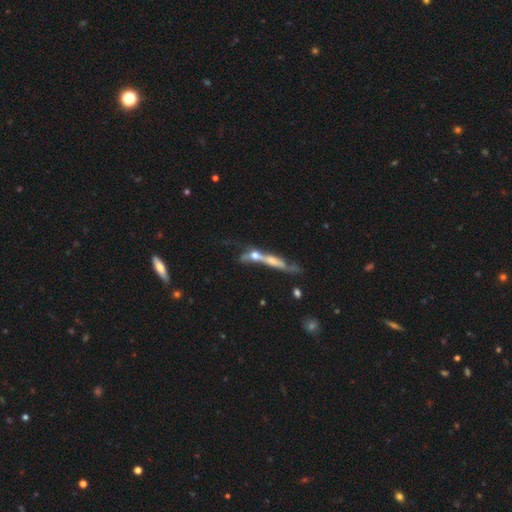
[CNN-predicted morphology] Q: Smooth or featured?
A: featured or disk (54%); runner-up: smooth (34%)
Q: Edge-on disk?
A: yes (61%); runner-up: no (39%)
Q: Merging?
A: merger (51%); runner-up: none (25%)